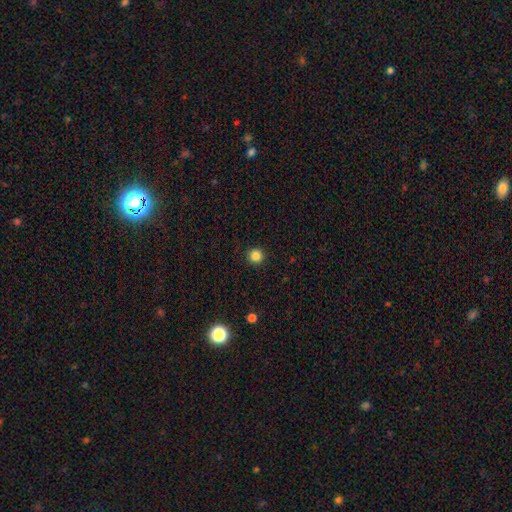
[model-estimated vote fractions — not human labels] This appears to be a smooth galaxy with no disk features (84%) that is round (96%). Merging: none (92%).